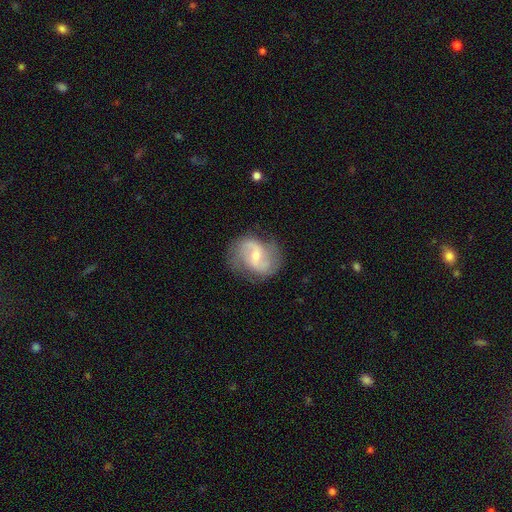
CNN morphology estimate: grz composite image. It shows a featured or disk galaxy (79%) with a weak bar (54%), 2 (87%) medium (47%) spiral arms (92%) and a small central bulge (49%). Merging: none (71%).